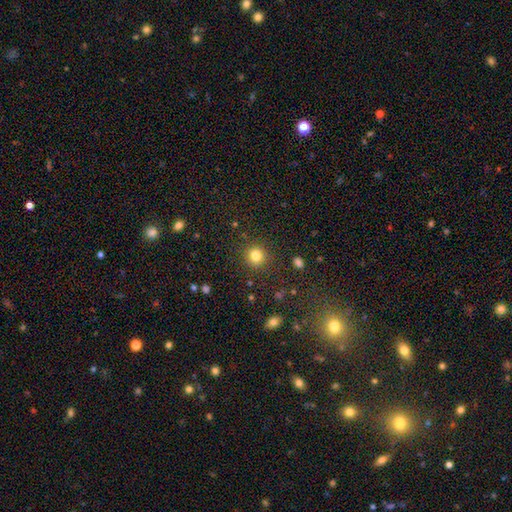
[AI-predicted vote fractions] Smooth or featured? smooth (81%)
How rounded? round (91%)
Merging? none (89%)